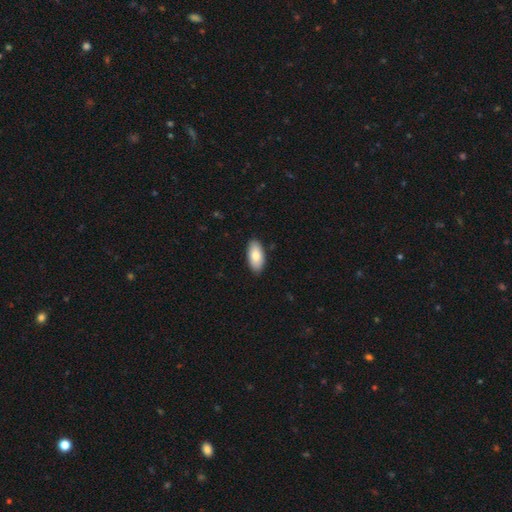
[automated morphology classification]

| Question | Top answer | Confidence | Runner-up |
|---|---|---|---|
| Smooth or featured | smooth | 83% | featured or disk (12%) |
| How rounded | in between | 93% | cigar-shaped (5%) |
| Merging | none | 89% | minor disturbance (8%) |